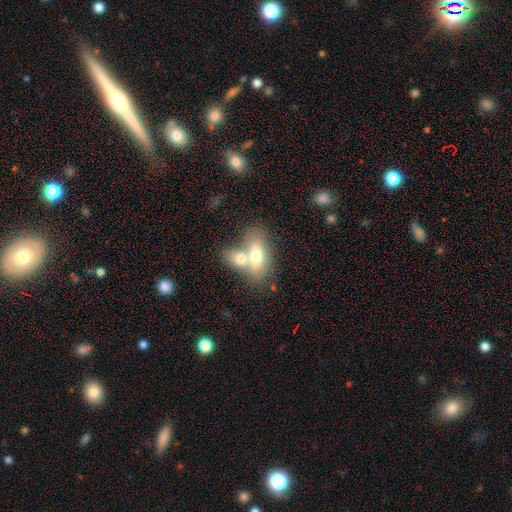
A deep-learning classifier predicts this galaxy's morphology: A smooth galaxy with no disk features (63%) that is in between round and cigar-shaped (82%). Merging: merger (63%).